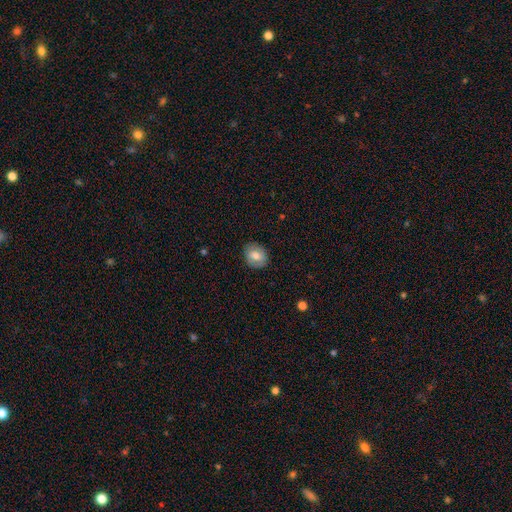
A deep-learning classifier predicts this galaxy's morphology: smooth 70%, featured or disk 22%, star or artifact 8%. Down the decision tree: how rounded — round (57%); merging — none (85%).